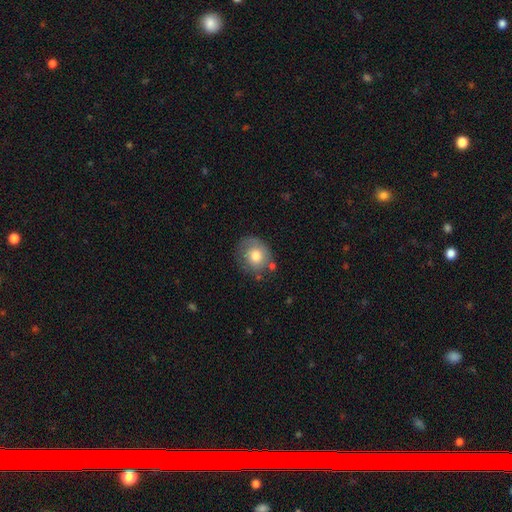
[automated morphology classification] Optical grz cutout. It shows a smooth galaxy with no disk features (73%) that is round (71%). Merging: none (64%).